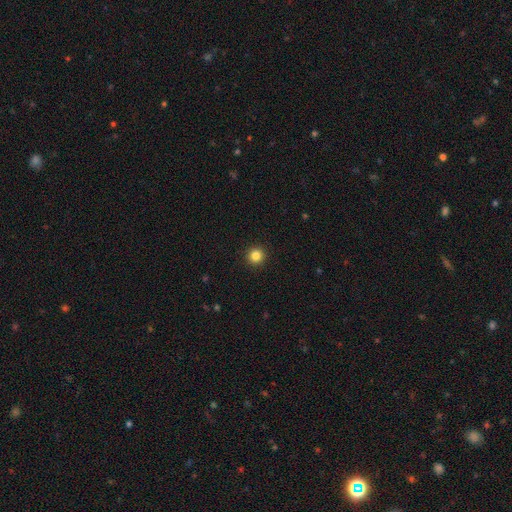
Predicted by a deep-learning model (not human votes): Q: Smooth or featured?
A: smooth (84%); runner-up: star or artifact (12%)
Q: How rounded?
A: round (95%); runner-up: in between (4%)
Q: Merging?
A: none (93%); runner-up: minor disturbance (4%)